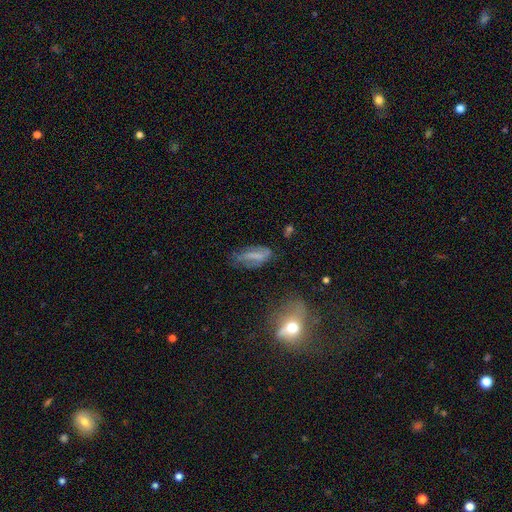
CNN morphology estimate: type=smooth (45%); merging=none (53%).